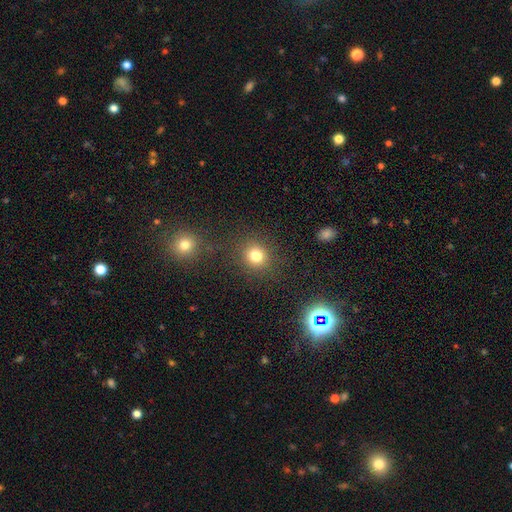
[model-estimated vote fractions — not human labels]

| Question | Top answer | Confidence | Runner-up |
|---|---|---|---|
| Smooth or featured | smooth | 80% | star or artifact (14%) |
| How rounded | round | 87% | in between (12%) |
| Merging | none | 84% | minor disturbance (8%) |